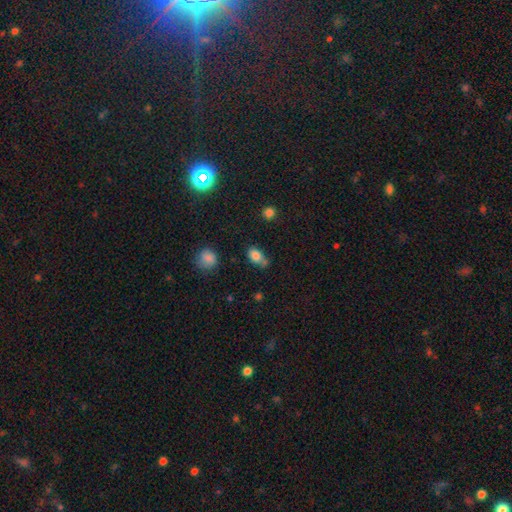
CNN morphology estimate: Overall: smooth (80%). How rounded: in between (83%). Merging: none (50%; minor disturbance 30%).